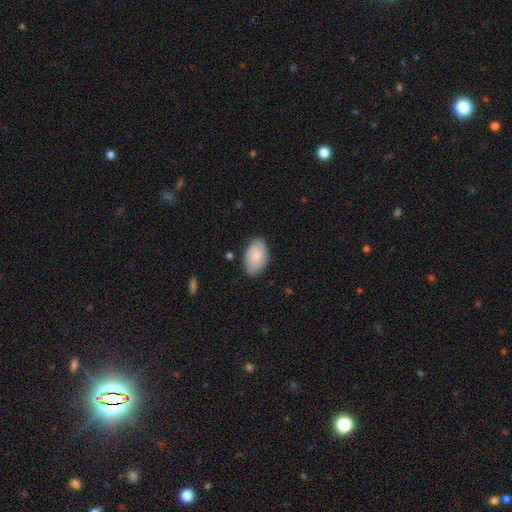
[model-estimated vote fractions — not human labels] Q: Smooth or featured?
A: smooth (63%); runner-up: featured or disk (30%)
Q: How rounded?
A: in between (92%); runner-up: round (7%)
Q: Merging?
A: none (76%); runner-up: minor disturbance (18%)